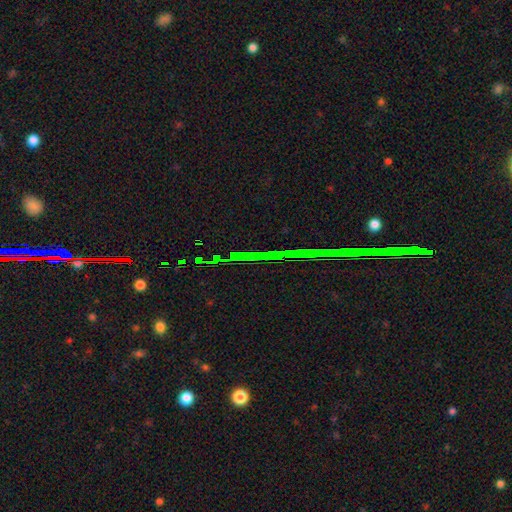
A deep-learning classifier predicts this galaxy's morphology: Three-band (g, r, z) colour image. It shows a star or artifact, not a galaxy (82%).